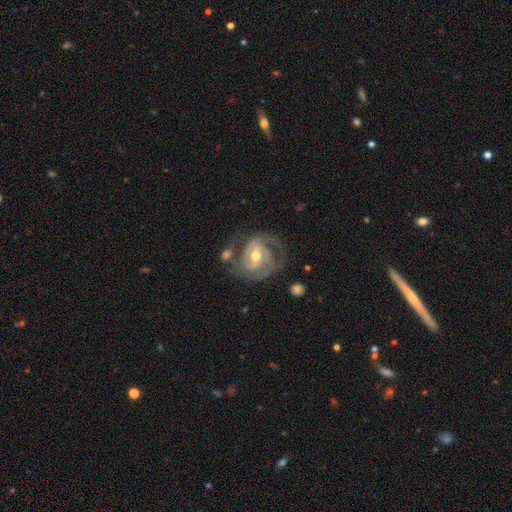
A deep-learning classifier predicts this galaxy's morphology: This appears to be a featured or disk galaxy (87%) with a weak bar (44%), 2 (48%) tight (48%) spiral arms (93%) and a moderate central bulge (67%). Merging: none (54%).